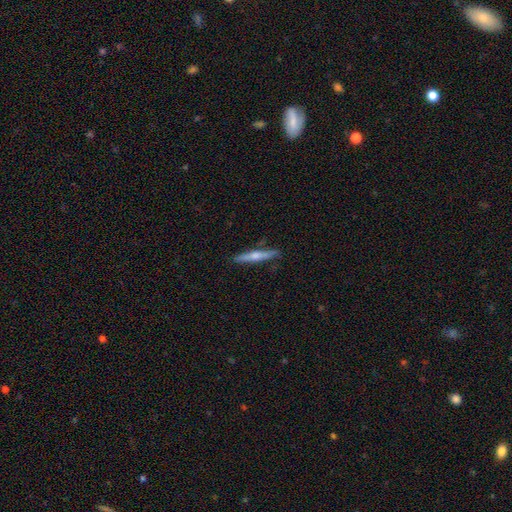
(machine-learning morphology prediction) Smooth or featured?
  - smooth: 48% *
  - featured or disk: 46%
  - star or artifact: 5%
Merging?
  - none: 84% *
  - minor disturbance: 12%
  - major disturbance: 2%
  - merger: 2%